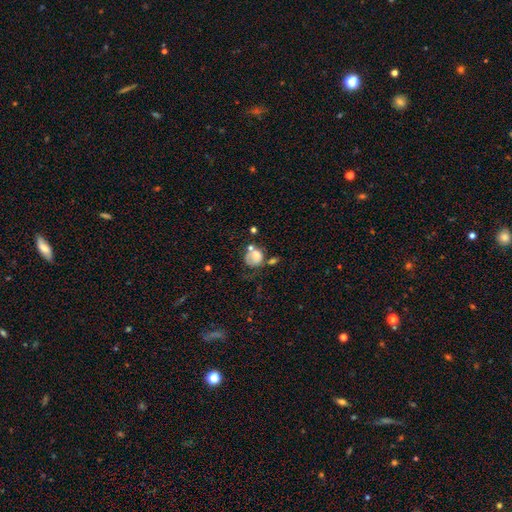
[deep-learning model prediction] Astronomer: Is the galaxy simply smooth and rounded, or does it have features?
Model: smooth — 66%.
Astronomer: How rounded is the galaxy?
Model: round — 67%.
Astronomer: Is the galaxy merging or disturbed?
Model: none — 34% (runner-up: merger, 23%).